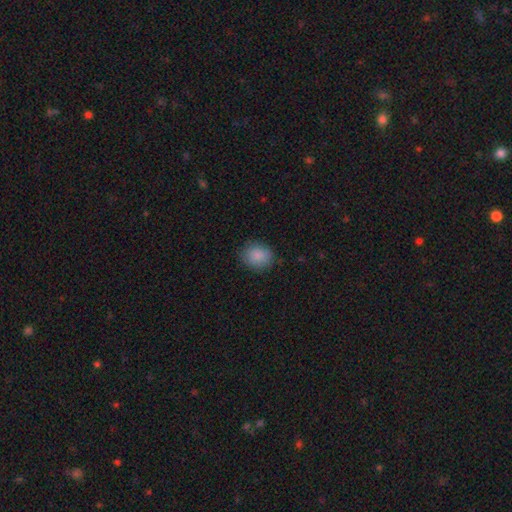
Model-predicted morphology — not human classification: Smooth or featured?
  - smooth: 88% *
  - star or artifact: 8%
  - featured or disk: 5%
How rounded?
  - round: 58% *
  - in between: 41%
  - cigar-shaped: 1%
Merging?
  - none: 83% *
  - minor disturbance: 13%
  - major disturbance: 3%
  - merger: 1%